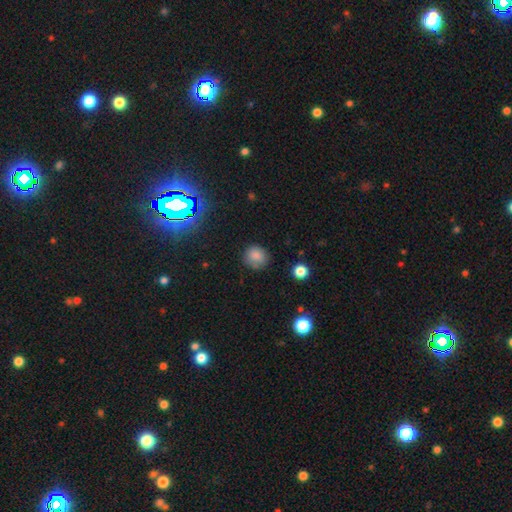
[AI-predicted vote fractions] A smooth galaxy with no disk features (81%) that is round (83%).

Vote fractions:
- Smooth or featured? smooth: 81% / star or artifact: 12% / featured or disk: 7%
- How rounded? round: 83% / in between: 16% / cigar-shaped: 1%
- Merging? none: 76% / minor disturbance: 17% / major disturbance: 5% / merger: 2%